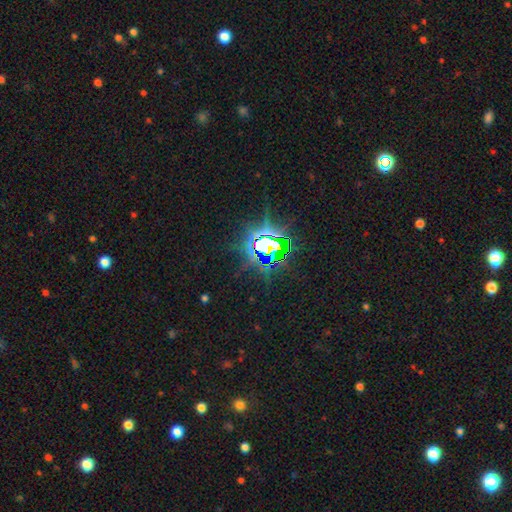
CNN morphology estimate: Smooth or featured?
  - star or artifact: 82% *
  - featured or disk: 9%
  - smooth: 9%